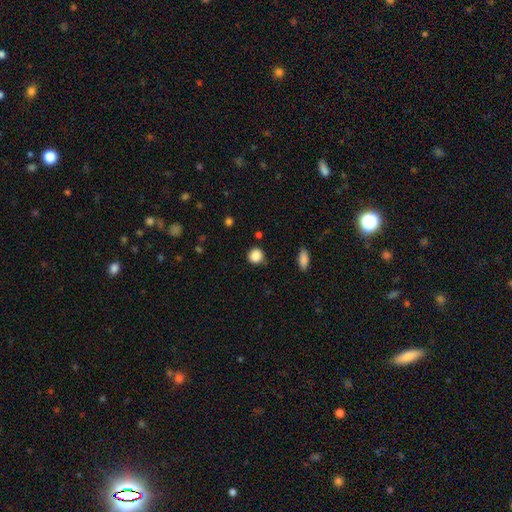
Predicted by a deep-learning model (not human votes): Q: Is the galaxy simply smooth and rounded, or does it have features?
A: smooth — 87%.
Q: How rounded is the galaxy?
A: round — 90%.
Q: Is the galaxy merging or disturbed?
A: none — 84%.